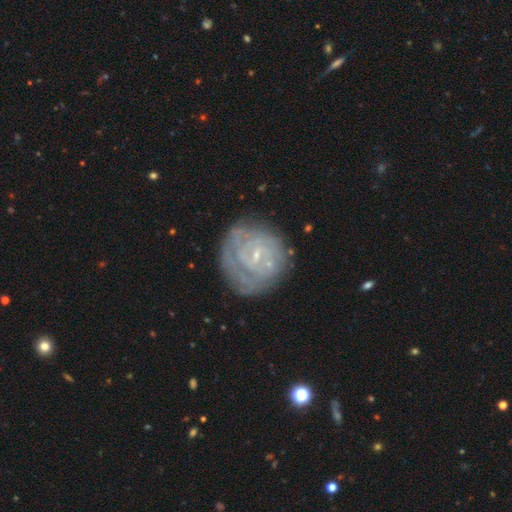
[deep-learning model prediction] Overall: featured or disk (76%). Edge-on disk: no (97%). Bar: no (45%; weak 44%). Spiral arms: yes (85%). Spiral arm count: can't tell (48%; 2 20%). Spiral winding: tight (75%). Bulge size: small (79%). Merging: none (70%).